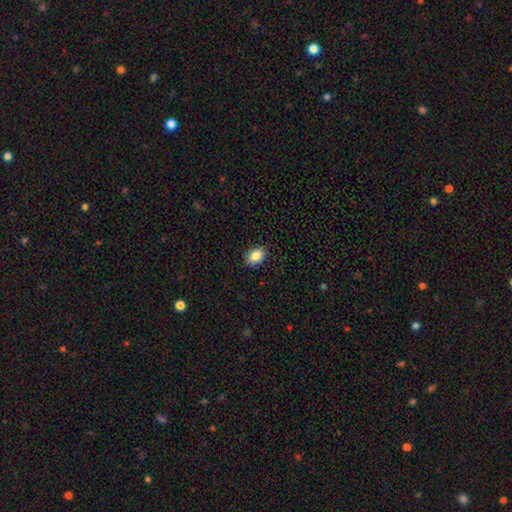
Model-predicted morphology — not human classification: This is clearly a smooth galaxy (86%). How rounded: likely in between (78%). Merging: clearly none (88%).